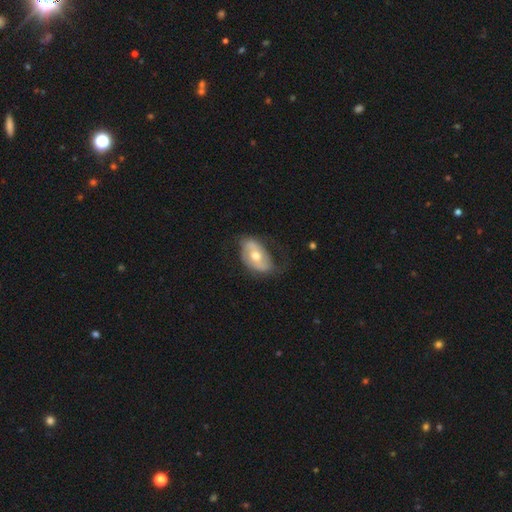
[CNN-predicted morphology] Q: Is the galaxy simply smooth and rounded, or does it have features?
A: featured or disk — 59%.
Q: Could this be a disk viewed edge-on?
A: no — 92%.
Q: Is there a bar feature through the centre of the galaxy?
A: no — 38%.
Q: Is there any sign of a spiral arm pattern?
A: yes — 60%.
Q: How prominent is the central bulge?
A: moderate — 72%.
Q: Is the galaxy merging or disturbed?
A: none — 59%.